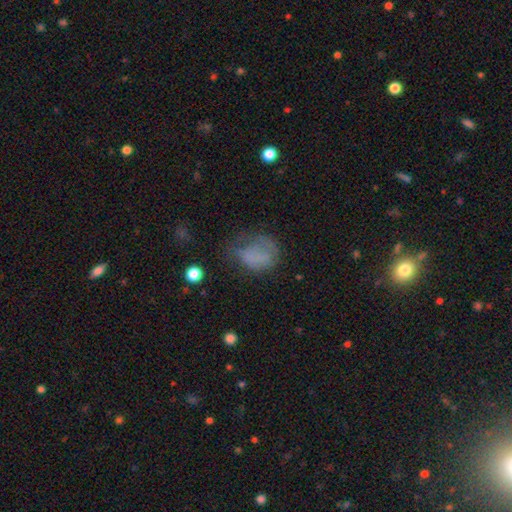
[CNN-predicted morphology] The model was most divided on "merging": major disturbance: 35%, none: 33%, minor disturbance: 29%, merger: 3%. More confident: smooth or featured — smooth (65%); how rounded — in between (54%).